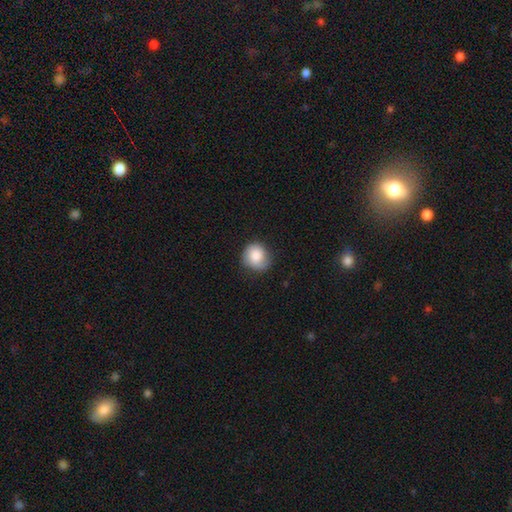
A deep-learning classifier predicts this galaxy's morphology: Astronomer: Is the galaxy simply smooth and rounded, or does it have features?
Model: smooth — 81%.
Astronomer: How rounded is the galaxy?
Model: round — 83%.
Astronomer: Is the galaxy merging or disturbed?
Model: none — 68%.